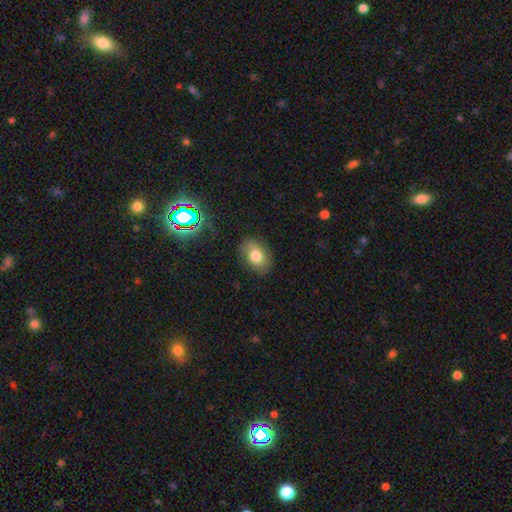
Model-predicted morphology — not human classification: type=smooth (74%); roundness=in between (79%); merging=none (82%).